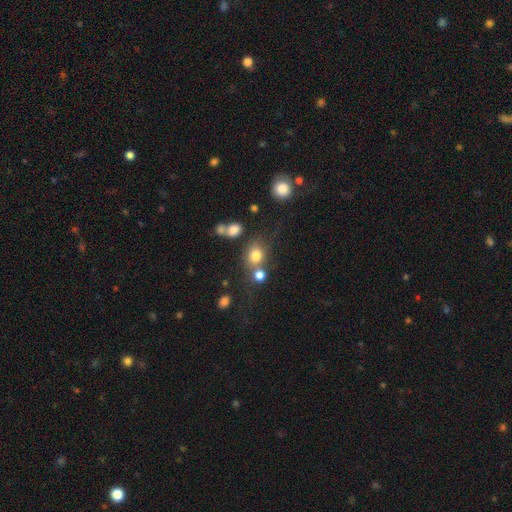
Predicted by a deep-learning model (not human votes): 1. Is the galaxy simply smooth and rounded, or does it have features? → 77% smooth, 14% star or artifact, 9% featured or disk.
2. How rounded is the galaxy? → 65% round, 34% in between, 1% cigar-shaped.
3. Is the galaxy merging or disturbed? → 56% none, 25% merger, 13% minor disturbance, 7% major disturbance.